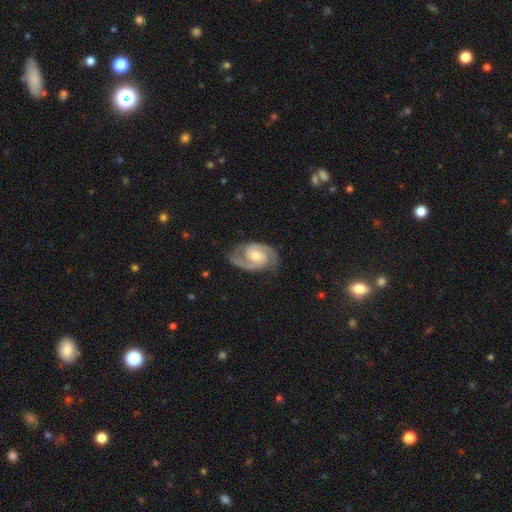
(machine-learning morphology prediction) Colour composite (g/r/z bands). It shows a featured or disk galaxy (91%) with no bar (55%), 2 (93%) medium (51%) spiral arms (98%) and a moderate central bulge (58%). Merging: none (80%).